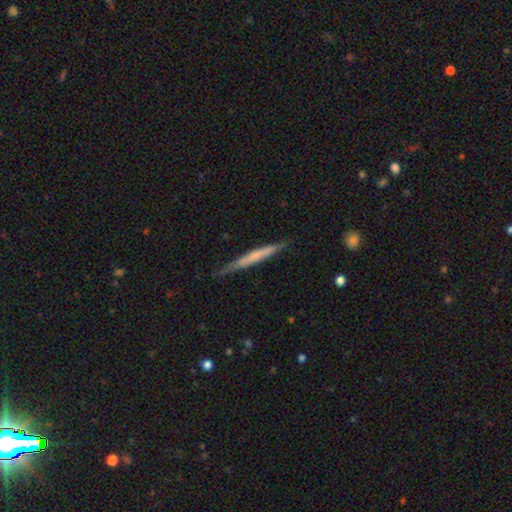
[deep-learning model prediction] Overall: featured or disk (47%, tied with smooth). Merging: none (79%).